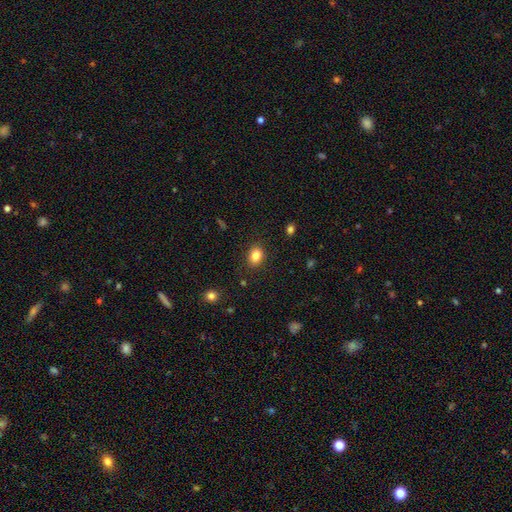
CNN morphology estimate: A smooth galaxy with no disk features (84%) that is in between round and cigar-shaped (67%). Merging: none (87%).